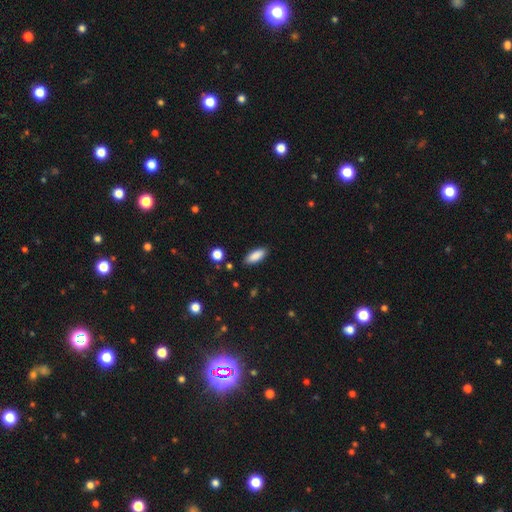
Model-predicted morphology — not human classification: smooth 88%, star or artifact 7%, featured or disk 5%. Down the decision tree: how rounded — in between (77%); merging — none (87%).